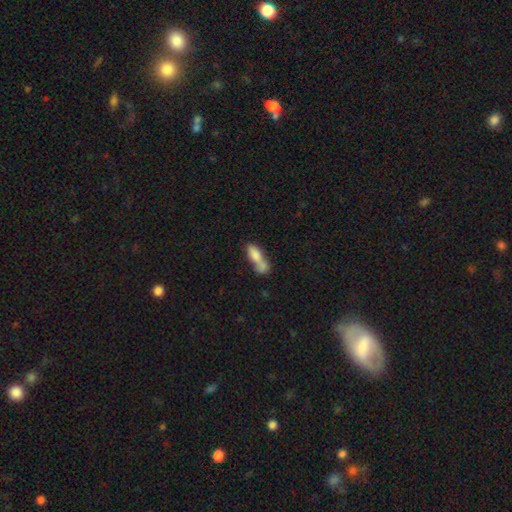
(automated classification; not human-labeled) smooth 73%, featured or disk 18%, star or artifact 9%. Down the decision tree: how rounded — in between (60%); merging — merger (52%).